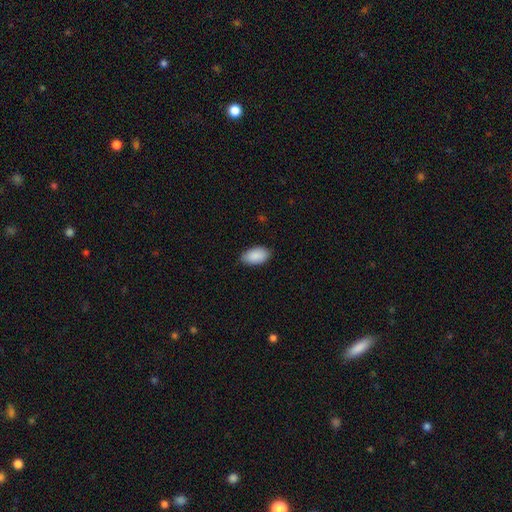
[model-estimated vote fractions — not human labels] This appears to be a smooth galaxy with no disk features (90%) that is in between round and cigar-shaped (95%). Merging: none (84%).